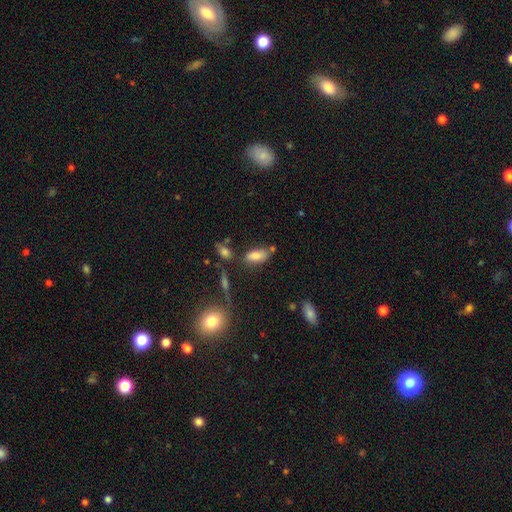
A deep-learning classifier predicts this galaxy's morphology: A smooth galaxy with no disk features (80%) that is in between round and cigar-shaped (84%).

Vote fractions:
- Smooth or featured? smooth: 80% / featured or disk: 11% / star or artifact: 10%
- How rounded? in between: 84% / cigar-shaped: 13% / round: 3%
- Merging? none: 62% / minor disturbance: 20% / merger: 13% / major disturbance: 6%